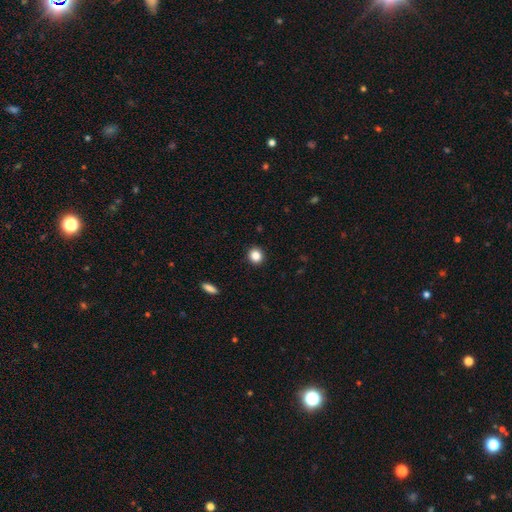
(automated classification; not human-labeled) Q: Smooth or featured?
A: smooth (85%); runner-up: star or artifact (11%)
Q: How rounded?
A: round (85%); runner-up: in between (14%)
Q: Merging?
A: none (92%); runner-up: minor disturbance (5%)